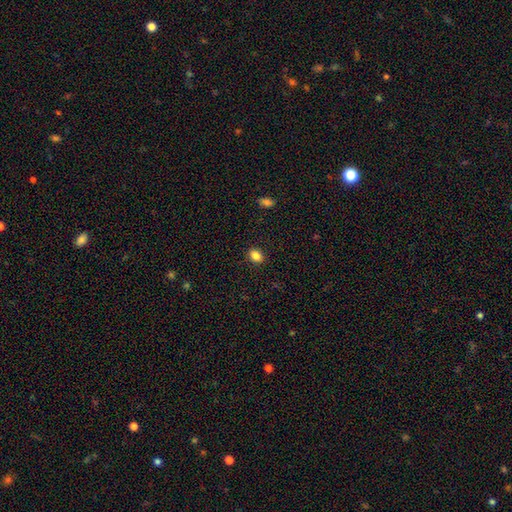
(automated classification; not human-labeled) A smooth galaxy with no disk features (86%) that is in between round and cigar-shaped (69%).

Vote fractions:
- Smooth or featured? smooth: 86% / star or artifact: 10% / featured or disk: 4%
- How rounded? in between: 69% / round: 30% / cigar-shaped: 1%
- Merging? none: 89% / minor disturbance: 8% / major disturbance: 2% / merger: 1%